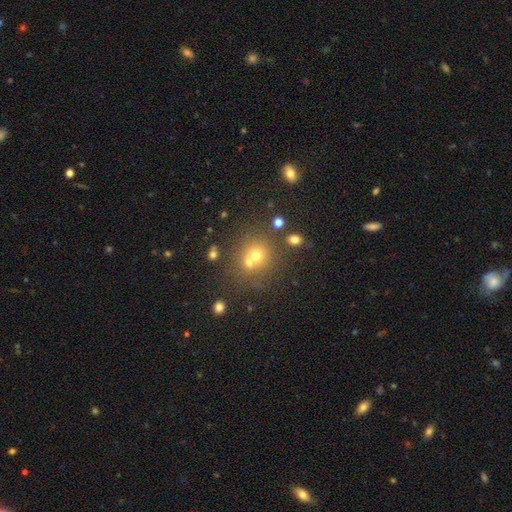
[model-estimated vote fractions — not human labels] Smooth or featured?
  - smooth: 62% *
  - star or artifact: 21%
  - featured or disk: 17%
How rounded?
  - round: 85% *
  - in between: 14%
  - cigar-shaped: 1%
Merging?
  - none: 53% *
  - merger: 34%
  - minor disturbance: 9%
  - major disturbance: 4%